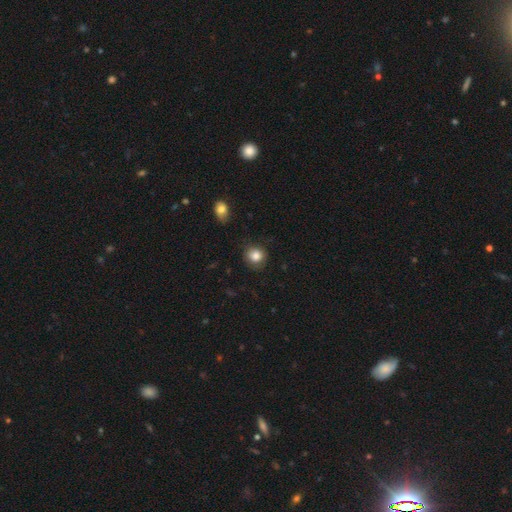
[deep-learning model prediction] Smooth or featured? smooth (83%)
How rounded? round (83%)
Merging? none (79%)